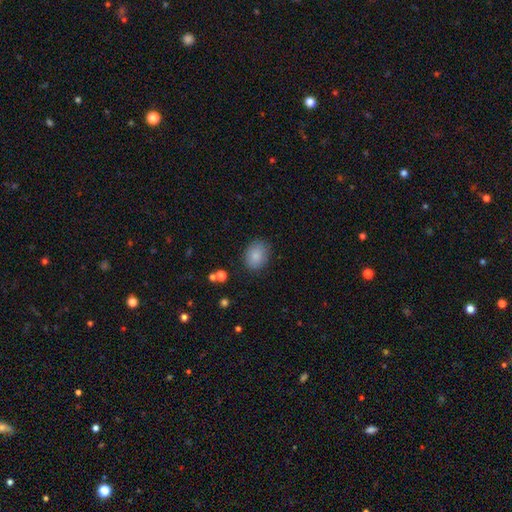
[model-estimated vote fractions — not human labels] smooth-or-featured: smooth: 85% | star or artifact: 8% | featured or disk: 6%
  how-rounded: in between: 53% | round: 46% | cigar-shaped: 1%
  merging: none: 84% | minor disturbance: 12% | major disturbance: 3% | merger: 1%